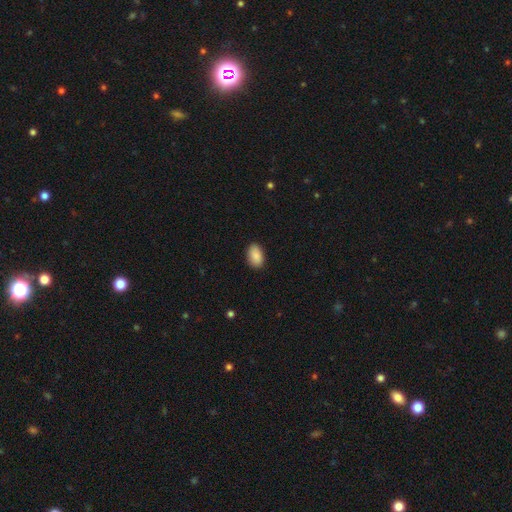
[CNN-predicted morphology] Overall: smooth (90%). How rounded: in between (92%). Merging: none (88%).